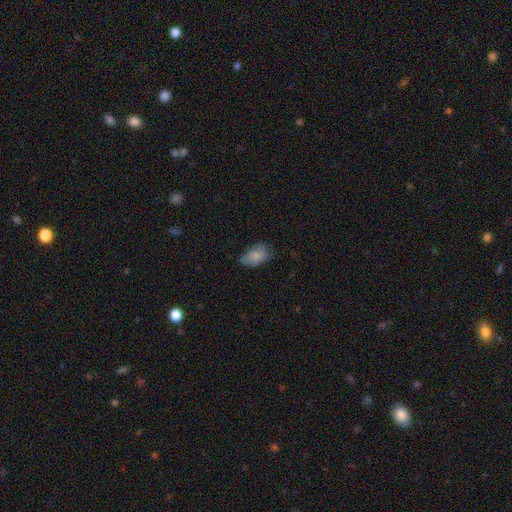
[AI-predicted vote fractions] A smooth galaxy with no disk features (80%) that is in between round and cigar-shaped (91%). Merging: none (61%).